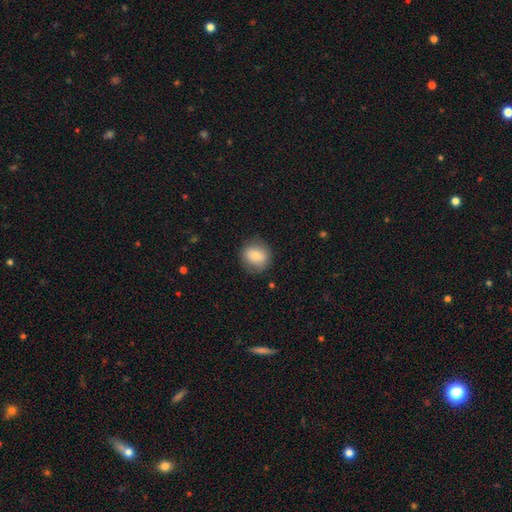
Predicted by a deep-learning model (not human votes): The model was most divided on "smooth or featured": smooth: 75%, featured or disk: 17%, star or artifact: 8%. More confident: merging — none (83%); how rounded — round (79%).